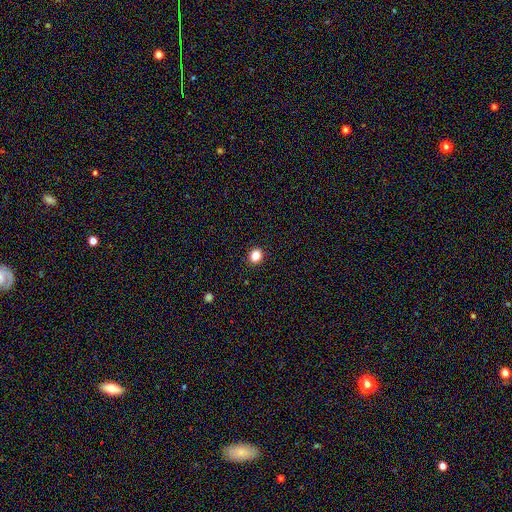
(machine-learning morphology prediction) type=smooth (85%); roundness=round (68%); merging=none (91%).